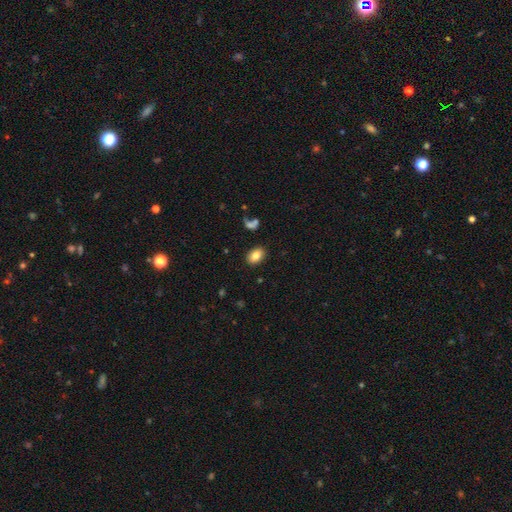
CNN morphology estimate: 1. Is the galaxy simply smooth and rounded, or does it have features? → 82% smooth, 9% featured or disk, 9% star or artifact.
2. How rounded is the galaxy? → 83% in between, 16% round, 1% cigar-shaped.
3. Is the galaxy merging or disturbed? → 87% none, 8% minor disturbance, 3% major disturbance, 2% merger.